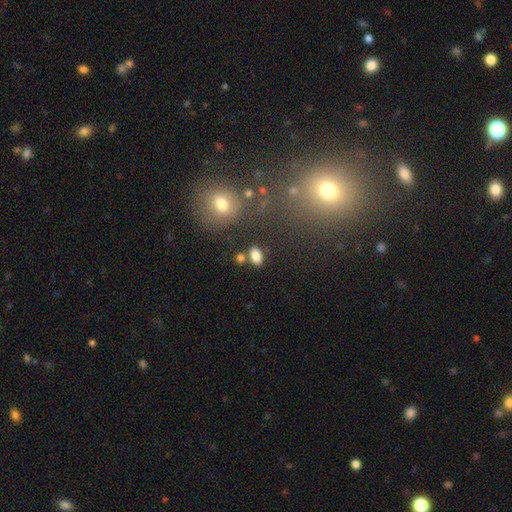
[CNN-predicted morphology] Smooth or featured?
  - smooth: 83% *
  - star or artifact: 10%
  - featured or disk: 7%
How rounded?
  - in between: 88% *
  - round: 9%
  - cigar-shaped: 3%
Merging?
  - none: 76% *
  - minor disturbance: 11%
  - merger: 9%
  - major disturbance: 3%